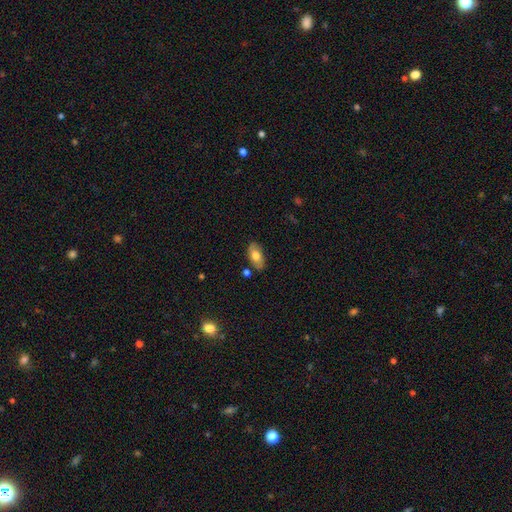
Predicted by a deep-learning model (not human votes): smooth-or-featured: smooth: 73% | featured or disk: 20% | star or artifact: 7%
  how-rounded: in between: 92% | cigar-shaped: 4% | round: 4%
  merging: none: 80% | minor disturbance: 13% | merger: 4% | major disturbance: 3%